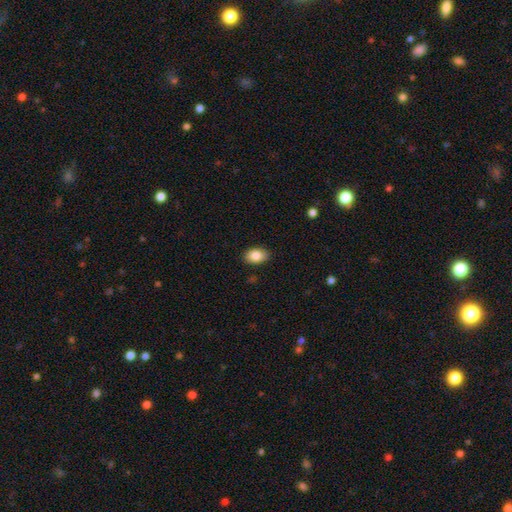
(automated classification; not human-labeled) Q: Smooth or featured?
A: smooth (86%); runner-up: star or artifact (7%)
Q: How rounded?
A: in between (89%); runner-up: round (10%)
Q: Merging?
A: none (88%); runner-up: minor disturbance (9%)